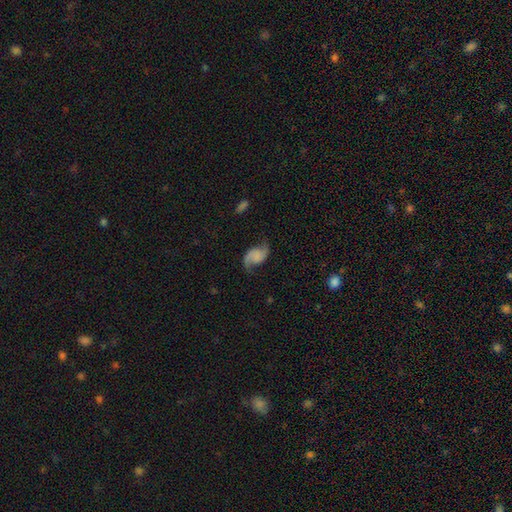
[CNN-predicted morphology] This is likely a featured or disk galaxy (79%). It is clearly not viewed edge-on (98%). Bar: likely no (67%). Spiral arm pattern: clearly yes (96%). Spiral arm count: clearly 2 (92%). Spiral winding: likely loose (64%). Central bulge: likely none (65%). Merging: likely none (72%).